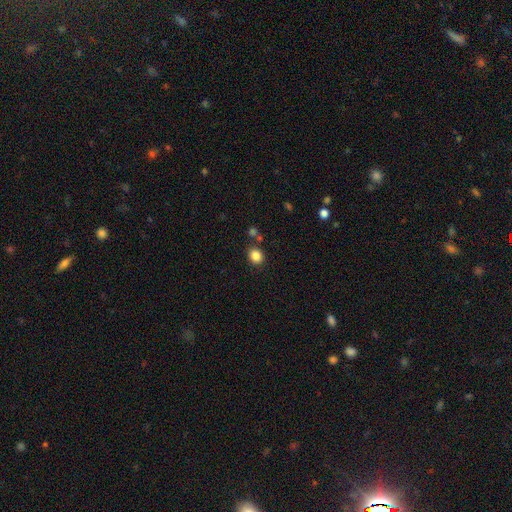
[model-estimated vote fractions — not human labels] A smooth galaxy with no disk features (85%) that is round (67%).

Vote fractions:
- Smooth or featured? smooth: 85% / star or artifact: 11% / featured or disk: 5%
- How rounded? round: 67% / in between: 32% / cigar-shaped: 1%
- Merging? none: 79% / minor disturbance: 10% / merger: 8% / major disturbance: 3%